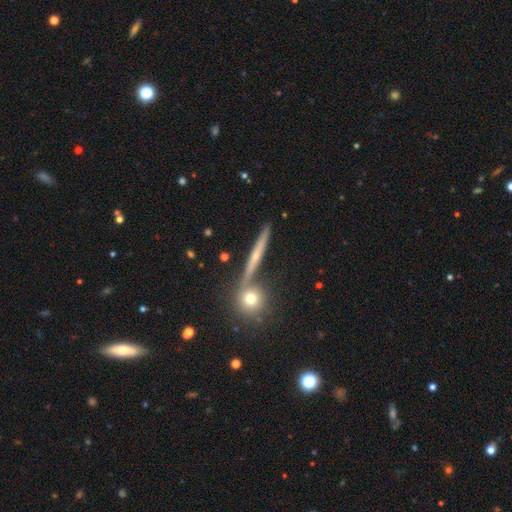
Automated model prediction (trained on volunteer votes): smooth-or-featured: featured or disk: 58% | smooth: 33% | star or artifact: 10%
  disk-edge-on: yes: 93% | no: 7%
    edge-on-bulge: none: 56% | rounded: 38% | boxy: 6%
  merging: none: 80% | minor disturbance: 10% | merger: 8% | major disturbance: 3%